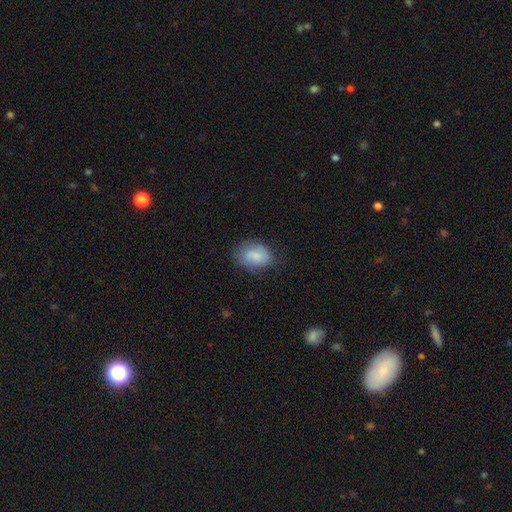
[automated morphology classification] This appears to be a smooth galaxy with no disk features (77%) that is in between round and cigar-shaped (74%). Merging: none (68%).